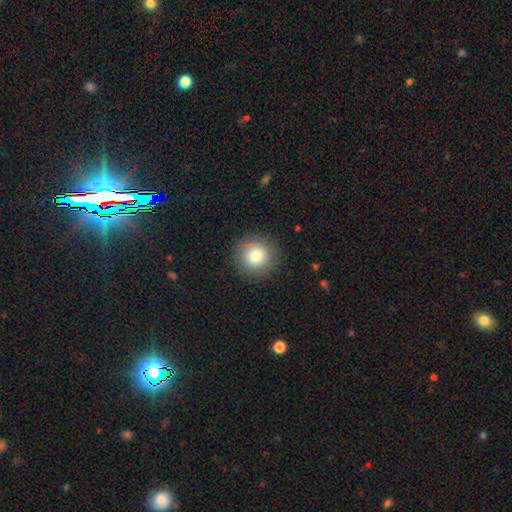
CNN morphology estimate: This is clearly a smooth galaxy (80%). How rounded: clearly round (94%). Merging: clearly none (89%).